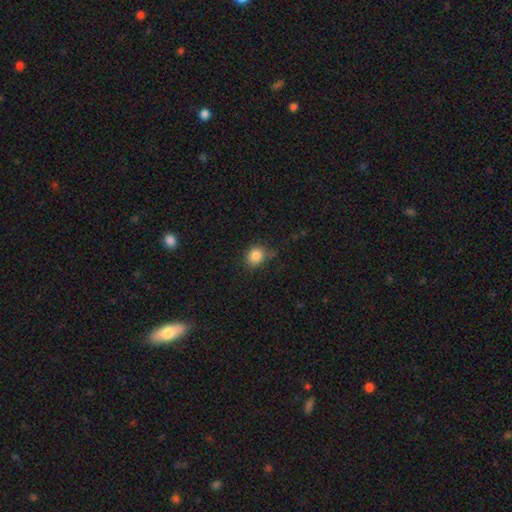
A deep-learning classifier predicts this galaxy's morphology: Smooth or featured? Predicted: smooth (p=0.85). How rounded? Predicted: round (p=0.71). Merging? Predicted: none (p=0.74).